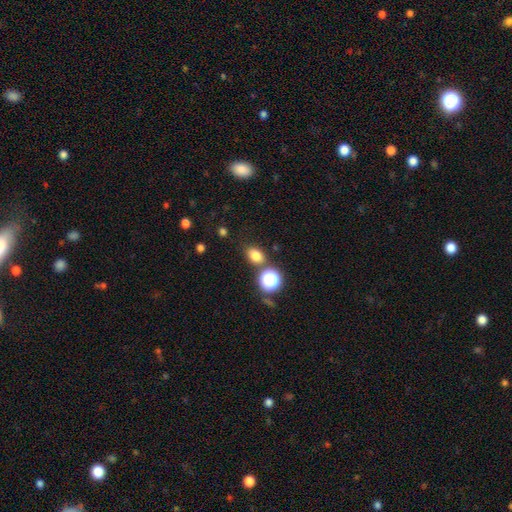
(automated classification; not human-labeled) Smooth or featured? Predicted: smooth (p=0.77). How rounded? Predicted: in between (p=0.64). Merging? Predicted: none (p=0.74).